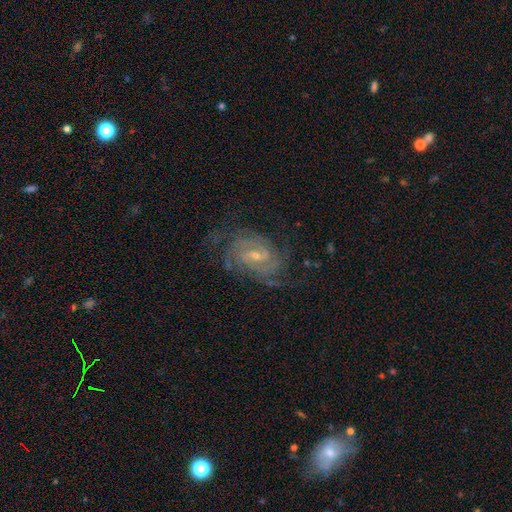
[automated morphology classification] The model was most divided on "spiral arm count": 2: 38%, can't tell: 23%, 3: 19%, 4: 10%, more than 4: 5%, 1: 5%. More confident: spiral arms — yes (97%); edge-on disk — no (97%); smooth or featured — featured or disk (87%); merging — none (70%); bulge size — small (59%); spiral winding — tight (57%); bar — weak (54%).